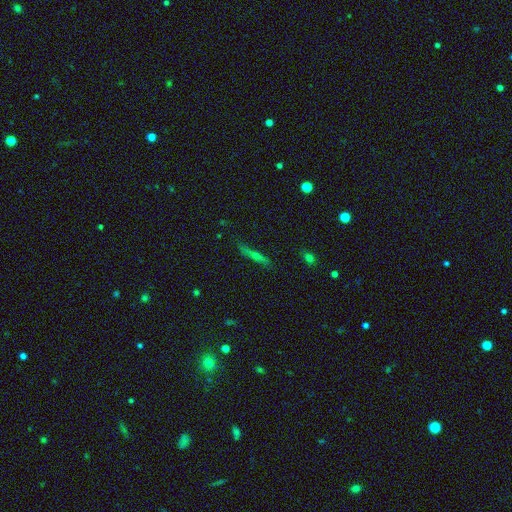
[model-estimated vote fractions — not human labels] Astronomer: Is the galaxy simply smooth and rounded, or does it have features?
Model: smooth — 60%.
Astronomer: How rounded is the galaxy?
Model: cigar-shaped — 90%.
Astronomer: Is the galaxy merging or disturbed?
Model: none — 78%.